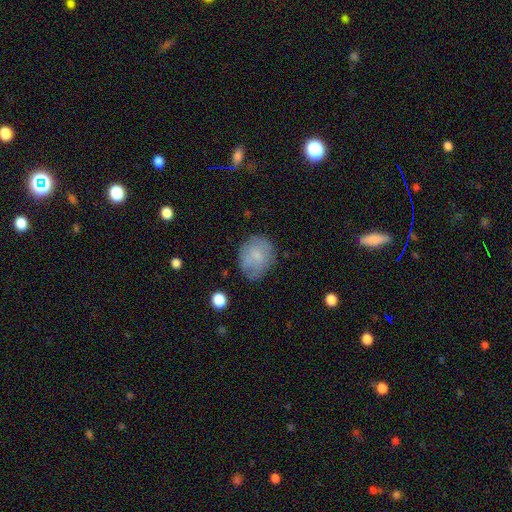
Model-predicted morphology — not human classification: Smooth or featured?
  - smooth: 64% *
  - featured or disk: 27%
  - star or artifact: 8%
How rounded?
  - round: 60% *
  - in between: 39%
  - cigar-shaped: 1%
Merging?
  - none: 68% *
  - minor disturbance: 23%
  - major disturbance: 7%
  - merger: 2%